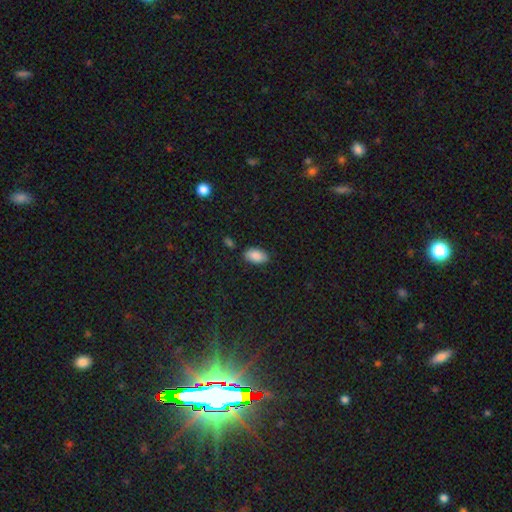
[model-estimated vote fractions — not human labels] Smooth or featured? Predicted: smooth (p=0.88). How rounded? Predicted: in between (p=0.94). Merging? Predicted: none (p=0.81).